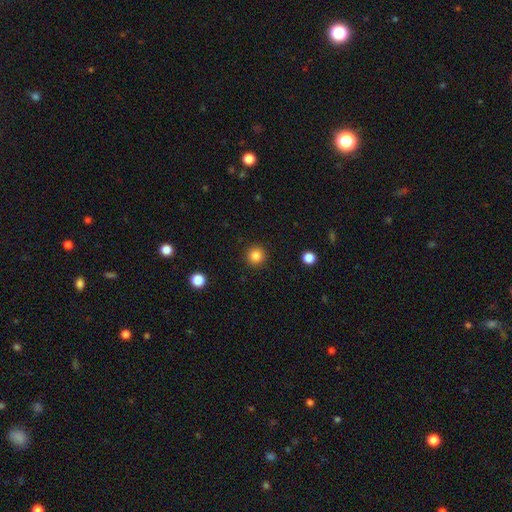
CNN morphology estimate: Smooth or featured? smooth (84%)
How rounded? round (95%)
Merging? none (92%)